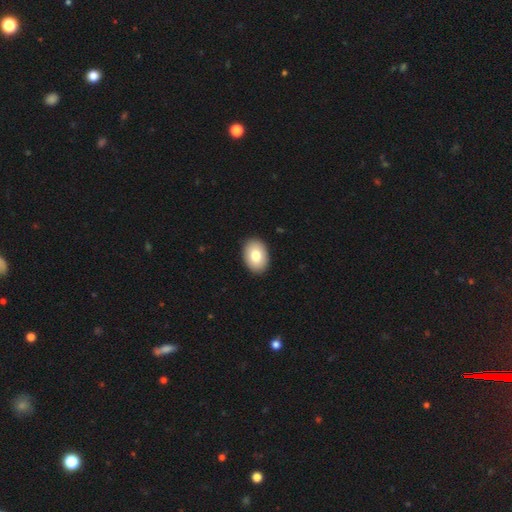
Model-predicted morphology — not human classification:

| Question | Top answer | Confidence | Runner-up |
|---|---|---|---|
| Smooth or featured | smooth | 80% | featured or disk (13%) |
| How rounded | in between | 80% | round (20%) |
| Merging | none | 91% | minor disturbance (7%) |